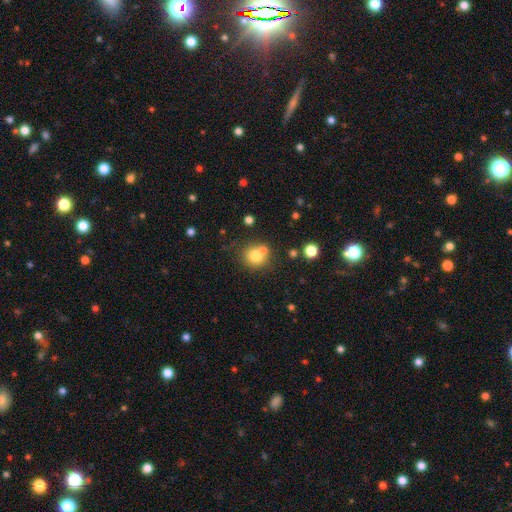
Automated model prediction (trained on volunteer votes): This is likely a smooth galaxy (77%). How rounded: clearly round (87%). Merging: likely none (63%).